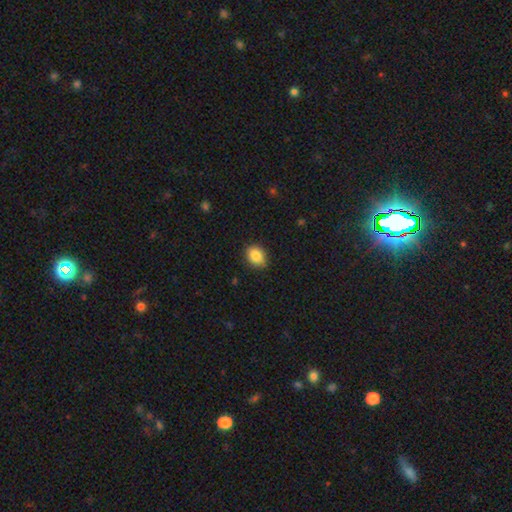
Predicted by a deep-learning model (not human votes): This appears to be a smooth galaxy with no disk features (87%) that is in between round and cigar-shaped (55%). Merging: none (86%).